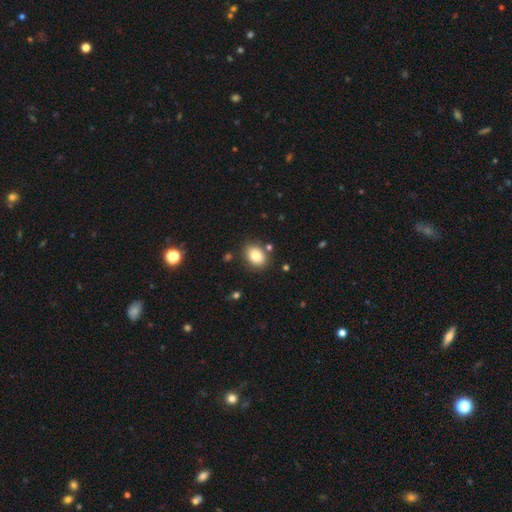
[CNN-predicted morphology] A smooth galaxy with no disk features (83%) that is in between round and cigar-shaped (72%).

Vote fractions:
- Smooth or featured? smooth: 83% / star or artifact: 9% / featured or disk: 8%
- How rounded? in between: 72% / round: 27% / cigar-shaped: 1%
- Merging? none: 82% / minor disturbance: 11% / merger: 4% / major disturbance: 3%